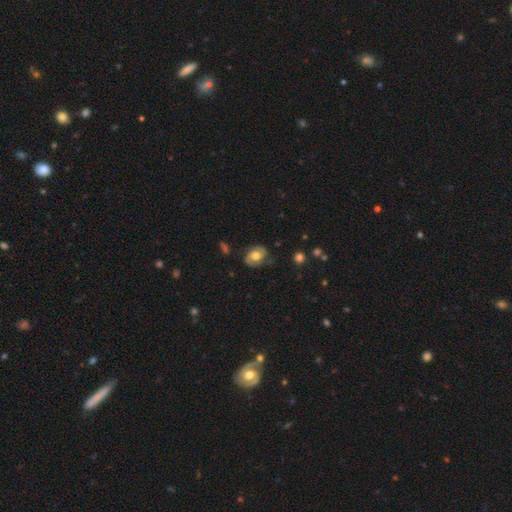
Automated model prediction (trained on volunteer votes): Smooth or featured?
  - featured or disk: 57% *
  - smooth: 36%
  - star or artifact: 8%
Edge-on disk?
  - no: 96% *
  - yes: 4%
Bar?
  - no: 73% *
  - weak: 22%
  - strong: 5%
Spiral arms?
  - yes: 81% *
  - no: 19%
Bulge size?
  - moderate: 70% *
  - large: 17%
  - small: 10%
  - none: 1%
  - dominant: 1%
Merging?
  - none: 66% *
  - minor disturbance: 23%
  - major disturbance: 9%
  - merger: 2%